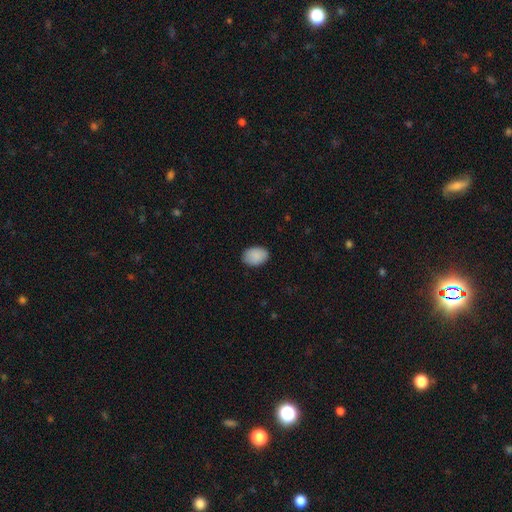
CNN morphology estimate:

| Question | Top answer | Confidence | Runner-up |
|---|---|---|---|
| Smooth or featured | smooth | 90% | star or artifact (7%) |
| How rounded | in between | 82% | round (17%) |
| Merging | none | 87% | minor disturbance (10%) |